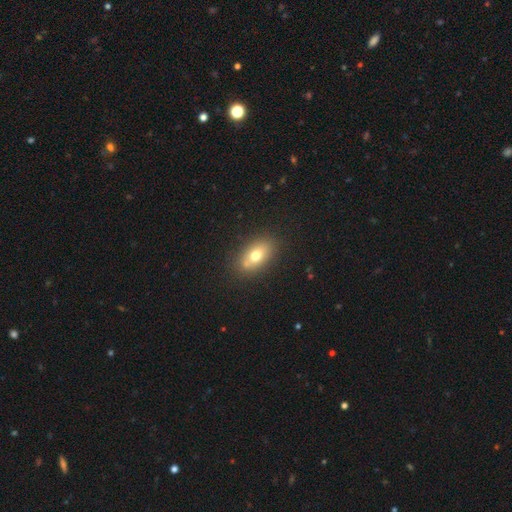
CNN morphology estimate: smooth-or-featured: smooth: 70% | featured or disk: 20% | star or artifact: 10%
  how-rounded: in between: 85% | round: 12% | cigar-shaped: 3%
  merging: none: 75% | minor disturbance: 13% | merger: 8% | major disturbance: 4%